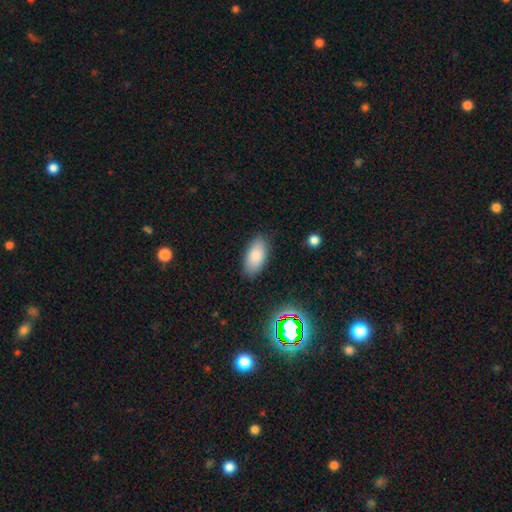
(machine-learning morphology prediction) A smooth galaxy with no disk features (84%) that is in between round and cigar-shaped (92%). Merging: none (85%).